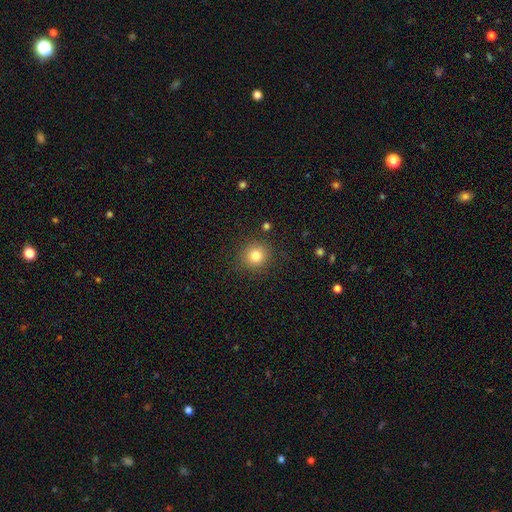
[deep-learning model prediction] Smooth or featured? Predicted: smooth (p=0.81). How rounded? Predicted: round (p=0.91). Merging? Predicted: none (p=0.88).